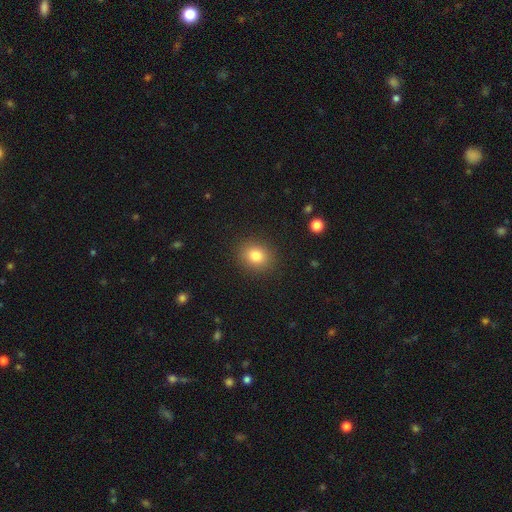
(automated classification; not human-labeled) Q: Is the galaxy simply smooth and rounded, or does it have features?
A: smooth — 81%.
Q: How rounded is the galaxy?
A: round — 64%.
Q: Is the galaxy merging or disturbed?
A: none — 89%.